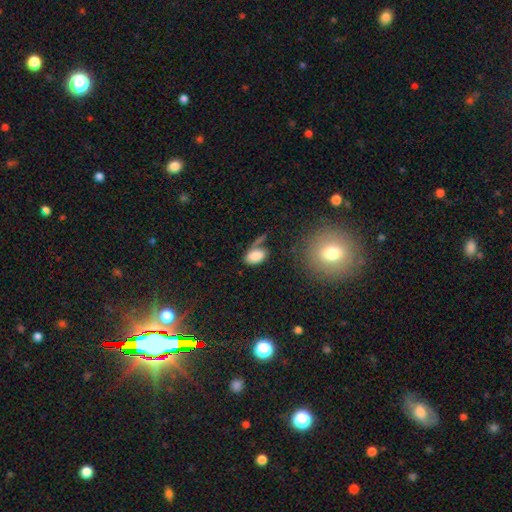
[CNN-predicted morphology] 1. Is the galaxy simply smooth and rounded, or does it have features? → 82% smooth, 9% featured or disk, 9% star or artifact.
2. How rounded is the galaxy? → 91% in between, 7% round, 2% cigar-shaped.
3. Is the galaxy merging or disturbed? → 45% none, 21% minor disturbance, 18% merger, 16% major disturbance.